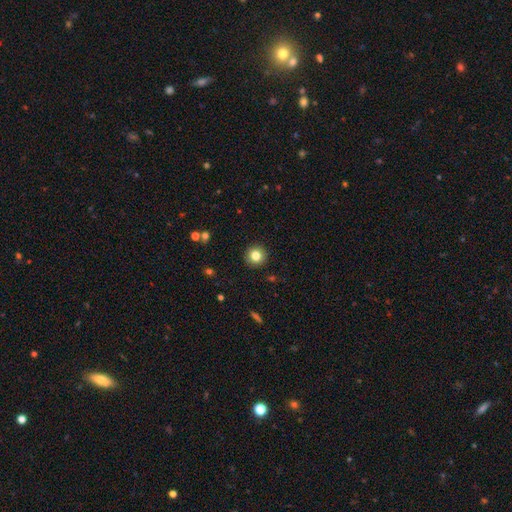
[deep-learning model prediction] Morphology: type=smooth (82%); roundness=round (94%); merging=none (92%).